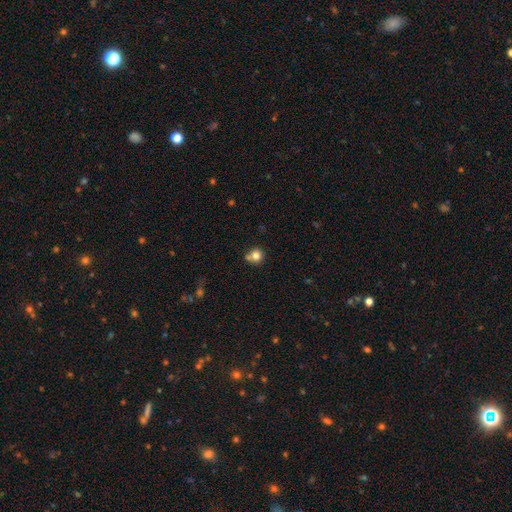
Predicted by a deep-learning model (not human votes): Smooth or featured: smooth — 79% (star or artifact — 12%)
How rounded: round — 90% (in between — 9%)
Merging: none — 64% (merger — 20%)